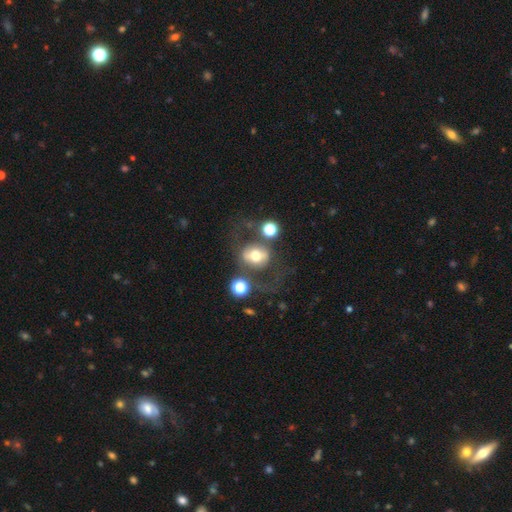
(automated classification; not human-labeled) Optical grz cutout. It shows a smooth galaxy with no disk features (50%). Merging: none (52%).